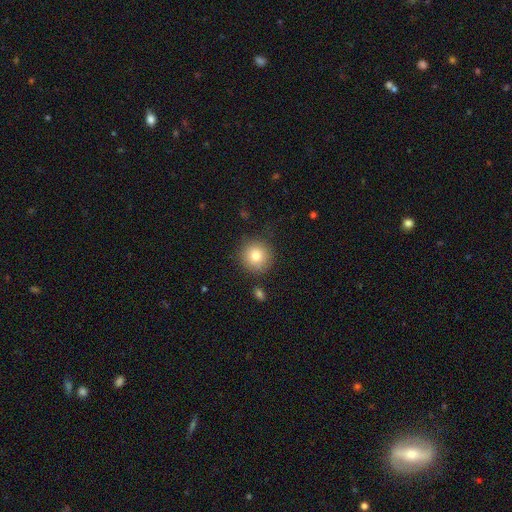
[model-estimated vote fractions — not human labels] Smooth or featured? Predicted: smooth (p=0.80). How rounded? Predicted: round (p=0.94). Merging? Predicted: none (p=0.86).